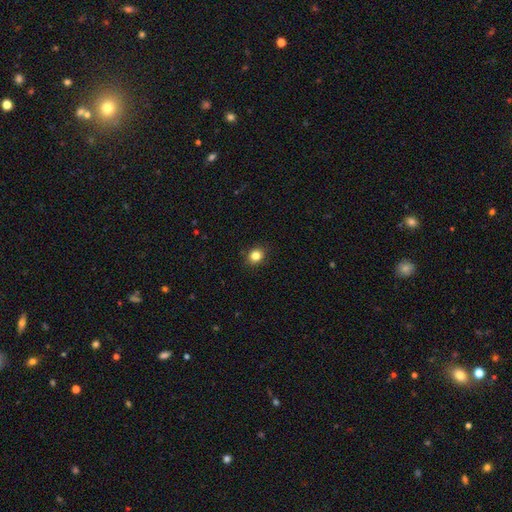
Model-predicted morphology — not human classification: A smooth galaxy with no disk features (83%) that is round (68%).

Vote fractions:
- Smooth or featured? smooth: 83% / star or artifact: 12% / featured or disk: 6%
- How rounded? round: 68% / in between: 31% / cigar-shaped: 1%
- Merging? none: 89% / minor disturbance: 8% / major disturbance: 2% / merger: 1%